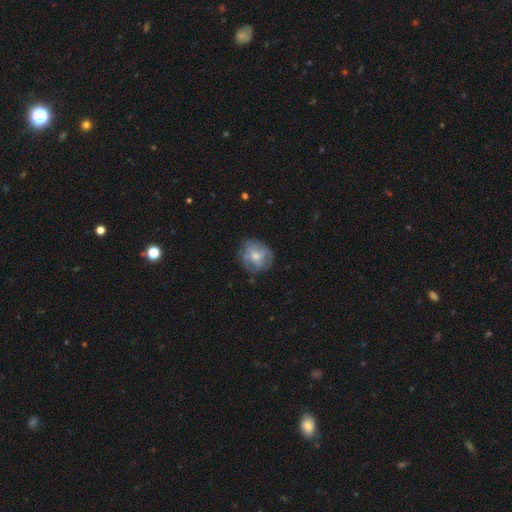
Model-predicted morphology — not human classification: Smooth or featured?
  - smooth: 52% *
  - featured or disk: 39%
  - star or artifact: 9%
How rounded?
  - round: 76% *
  - in between: 23%
  - cigar-shaped: 1%
Merging?
  - none: 67% *
  - minor disturbance: 21%
  - major disturbance: 10%
  - merger: 1%